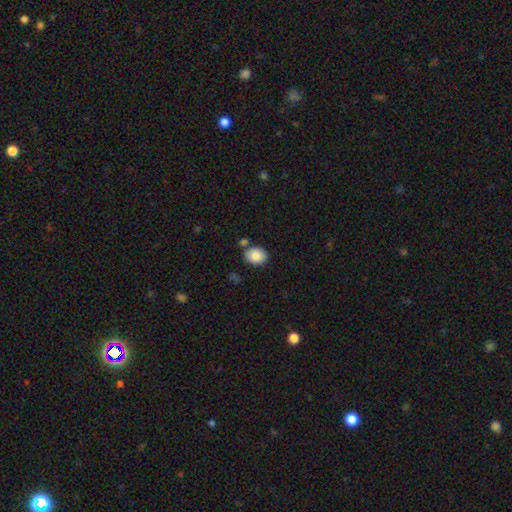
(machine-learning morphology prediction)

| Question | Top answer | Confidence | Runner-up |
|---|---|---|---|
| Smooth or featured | smooth | 87% | star or artifact (7%) |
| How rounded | in between | 62% | round (38%) |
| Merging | none | 76% | minor disturbance (12%) |